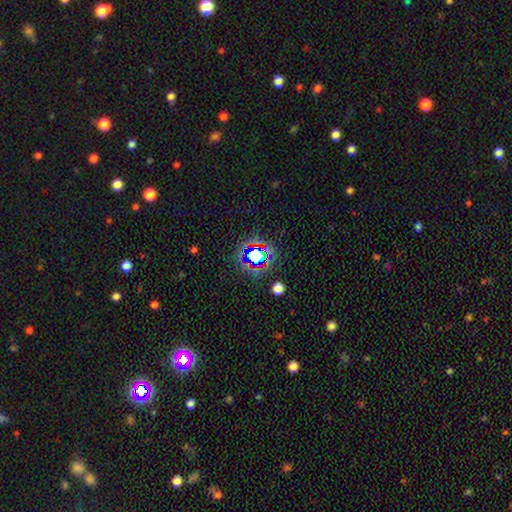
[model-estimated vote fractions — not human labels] The model was most divided on "smooth or featured": star or artifact: 64%, smooth: 25%, featured or disk: 12%.